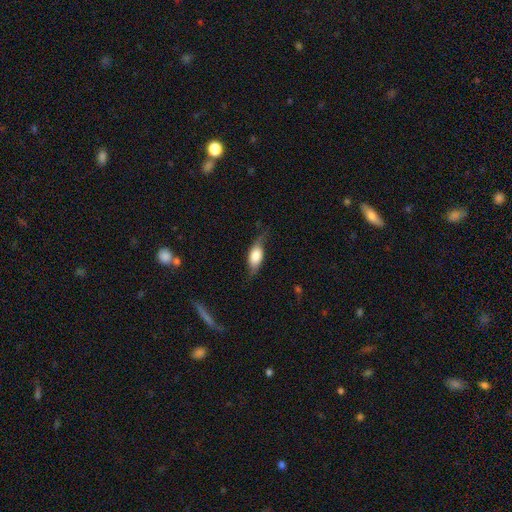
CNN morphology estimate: The model was most divided on "smooth or featured": smooth: 55%, featured or disk: 38%, star or artifact: 7%. More confident: how rounded — in between (79%); merging — none (56%).